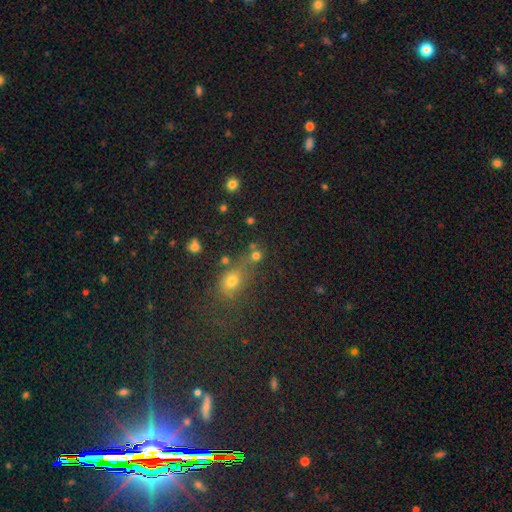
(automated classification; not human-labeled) A smooth galaxy with no disk features (70%) that is round (82%).

Vote fractions:
- Smooth or featured? smooth: 70% / star or artifact: 22% / featured or disk: 8%
- How rounded? round: 82% / in between: 17% / cigar-shaped: 2%
- Merging? none: 56% / merger: 28% / minor disturbance: 10% / major disturbance: 6%